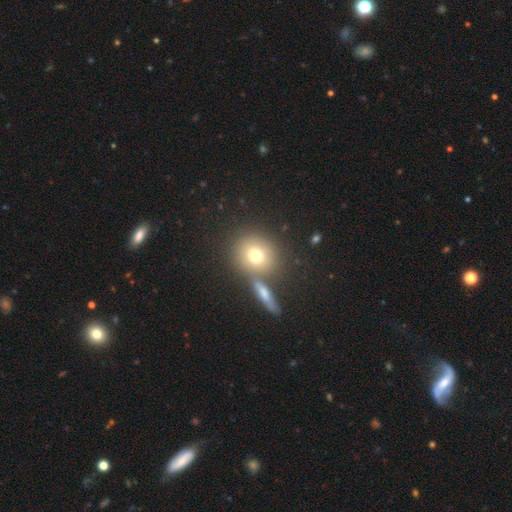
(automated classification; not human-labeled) This is likely a smooth galaxy (71%). How rounded: clearly round (81%). Merging: likely none (68%).